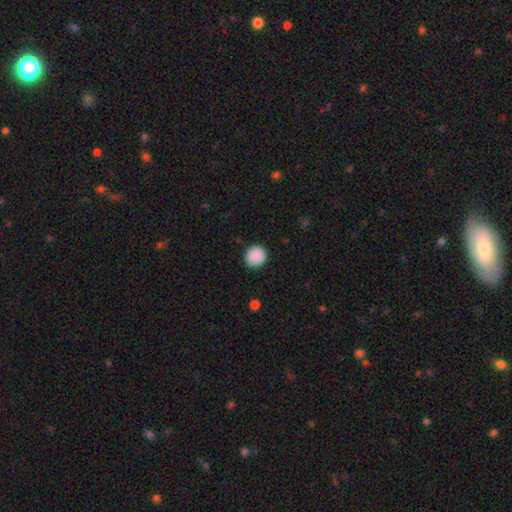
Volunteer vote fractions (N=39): smooth 92%, star or artifact 5%, featured or disk 3%. Down the decision tree: how rounded — round (92%); merging — none (86%).